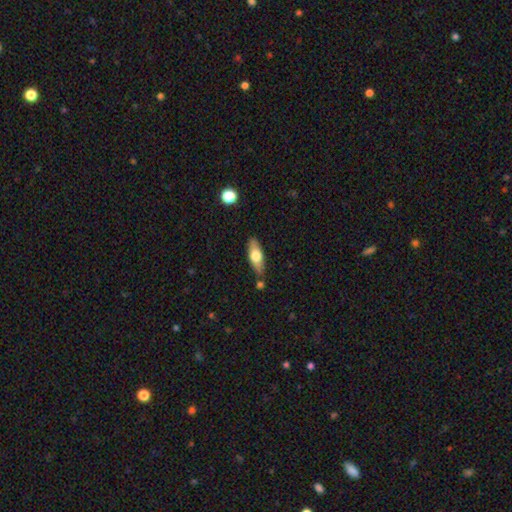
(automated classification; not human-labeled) This appears to be a smooth galaxy with no disk features (60%) that is in between round and cigar-shaped (59%). Merging: none (78%).